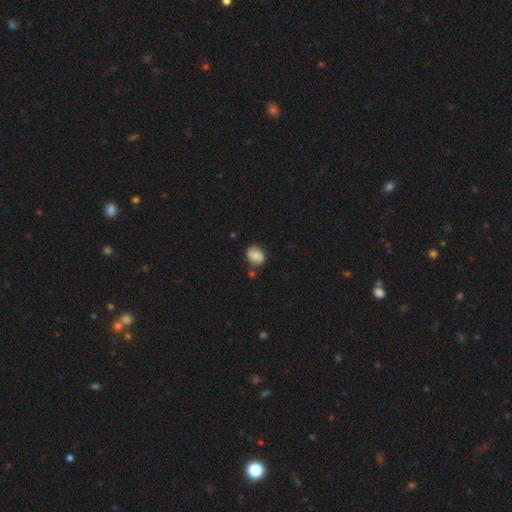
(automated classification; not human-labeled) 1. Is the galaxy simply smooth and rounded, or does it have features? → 69% smooth, 22% featured or disk, 9% star or artifact.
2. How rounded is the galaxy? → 55% in between, 44% round, 1% cigar-shaped.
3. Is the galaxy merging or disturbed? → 71% none, 19% minor disturbance, 6% merger, 4% major disturbance.